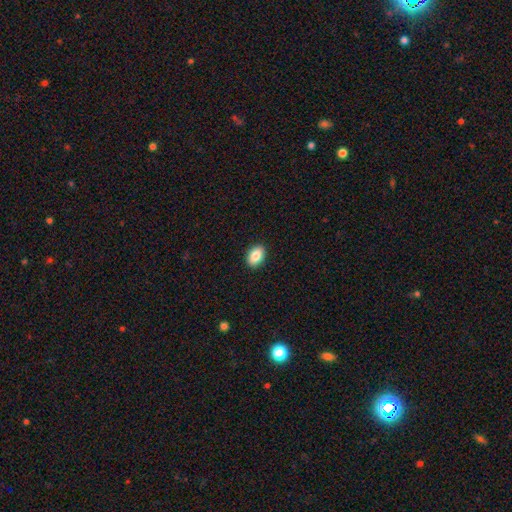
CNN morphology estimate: This appears to be a smooth galaxy with no disk features (86%) that is in between round and cigar-shaped (85%). Merging: none (91%).